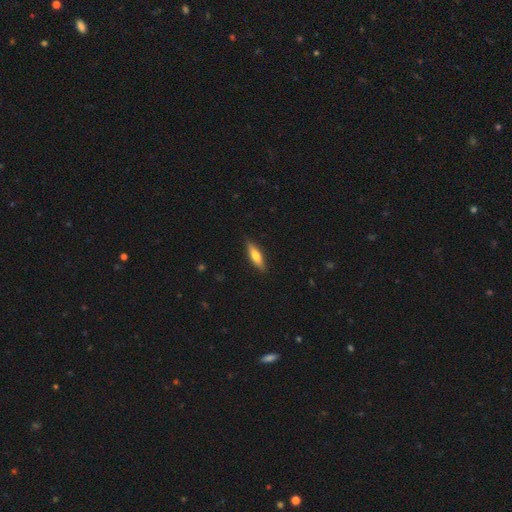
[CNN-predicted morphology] Smooth or featured: smooth — 60% (featured or disk — 35%)
How rounded: cigar-shaped — 66% (in between — 32%)
Merging: none — 88% (minor disturbance — 9%)